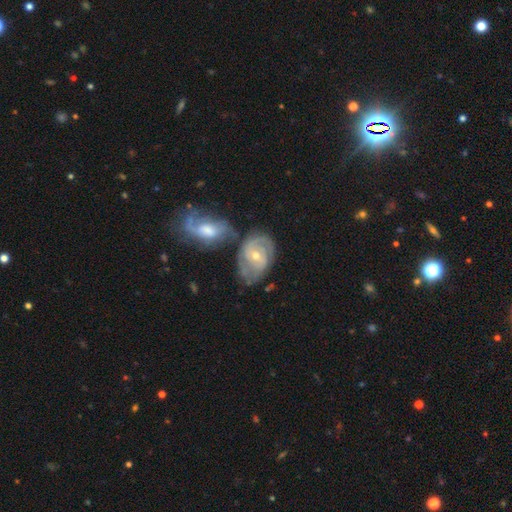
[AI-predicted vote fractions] Morphology: type=featured or disk (80%); edge-on=no (96%); bar=no (50%); spiral arms=yes (90%); winding=tight (54%); arm count=2 (41%); bulge=small (51%); merging=none (51%).